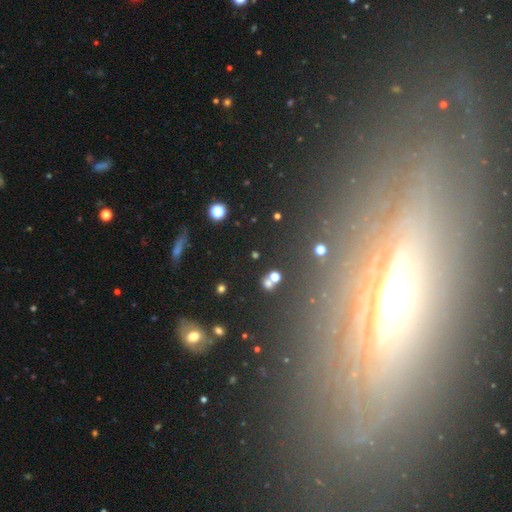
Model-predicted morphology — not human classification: smooth_or_featured: star or artifact (p=0.42) [alt: smooth p=0.38]